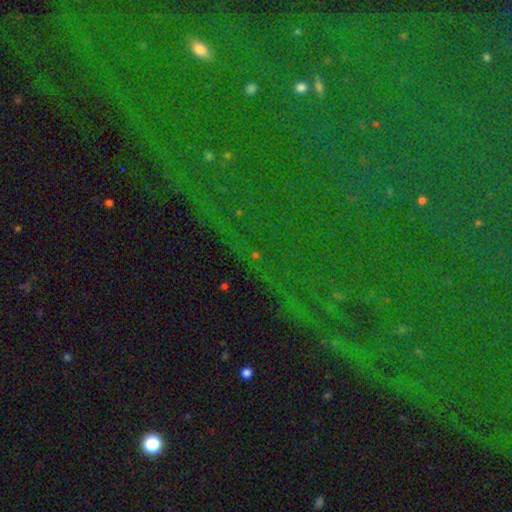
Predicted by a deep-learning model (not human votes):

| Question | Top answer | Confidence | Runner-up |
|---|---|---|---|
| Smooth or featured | star or artifact | 79% | smooth (12%) |